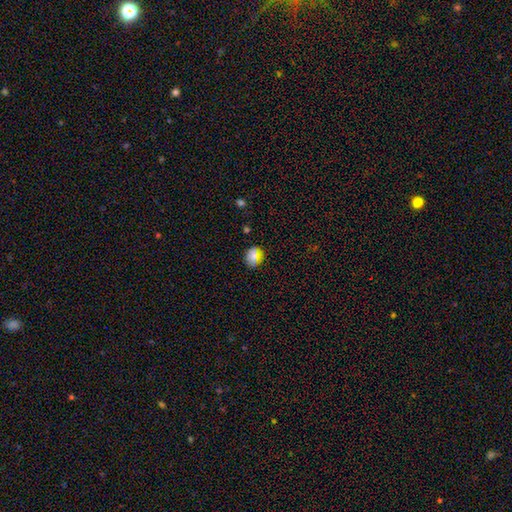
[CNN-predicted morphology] Overall: smooth (74%). How rounded: round (67%; in between 31%). Merging: none (87%).